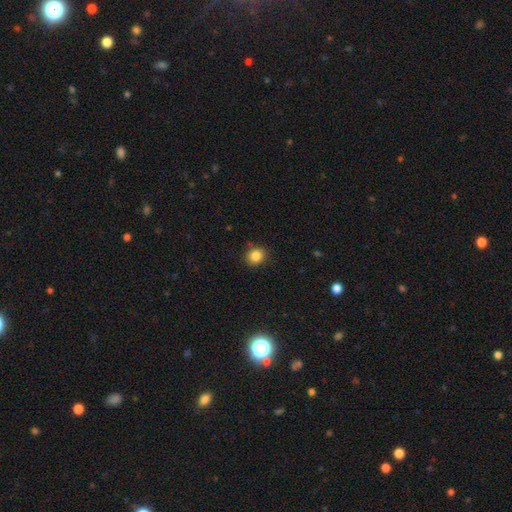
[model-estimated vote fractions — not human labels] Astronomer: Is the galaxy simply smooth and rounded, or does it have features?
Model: smooth — 85%.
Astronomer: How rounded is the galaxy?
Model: round — 74%.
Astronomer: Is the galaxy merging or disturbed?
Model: none — 86%.